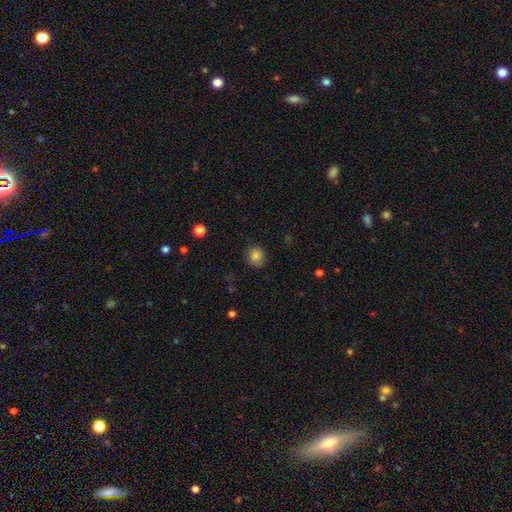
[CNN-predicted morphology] Q: Smooth or featured?
A: smooth (82%); runner-up: star or artifact (11%)
Q: How rounded?
A: round (71%); runner-up: in between (28%)
Q: Merging?
A: none (80%); runner-up: minor disturbance (15%)